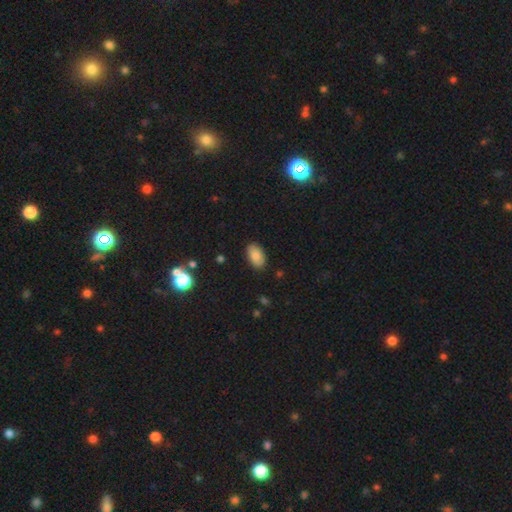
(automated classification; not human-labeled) Morphology: type=smooth (83%); roundness=in between (93%); merging=none (87%).